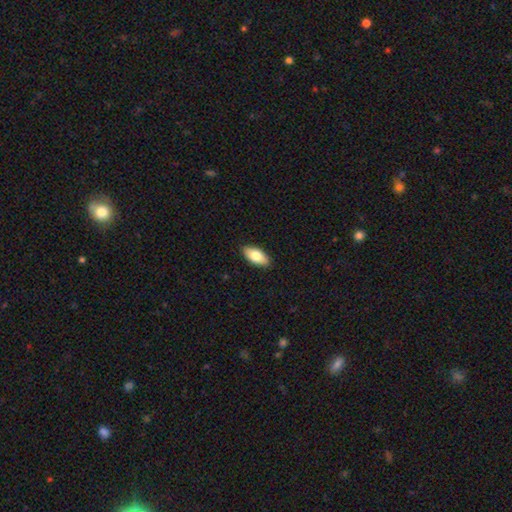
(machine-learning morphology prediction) type=smooth (78%); roundness=in between (91%); merging=none (90%).